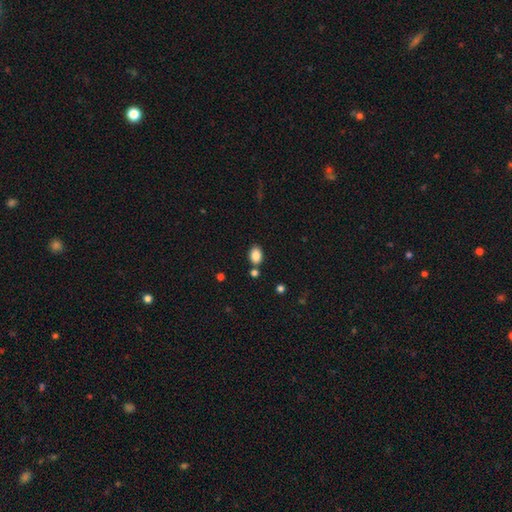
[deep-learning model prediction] This is clearly a smooth galaxy (86%). How rounded: likely in between (75%). Merging: likely none (76%).